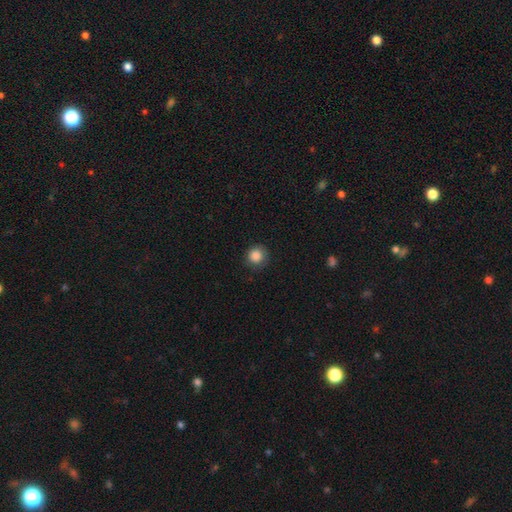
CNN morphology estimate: This appears to be a smooth galaxy with no disk features (86%) that is round (92%). Merging: none (83%).